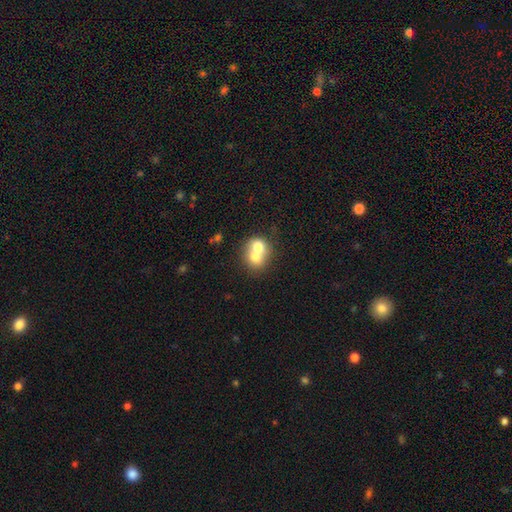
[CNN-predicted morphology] A smooth galaxy with no disk features (67%) that is round (67%). Merging: merger (72%).